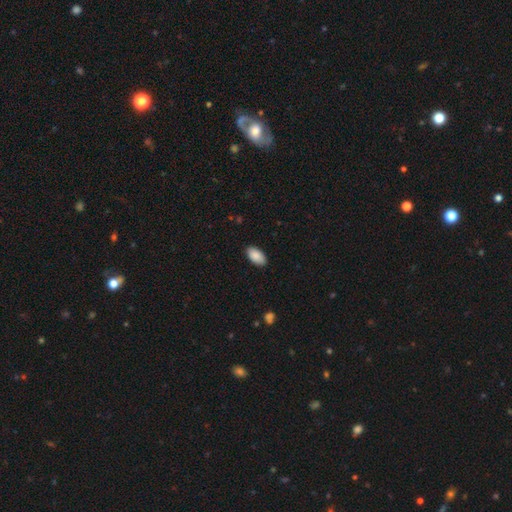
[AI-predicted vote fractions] The model was most divided on "merging": none: 88%, minor disturbance: 9%, major disturbance: 2%, merger: 1%. More confident: how rounded — in between (95%); smooth or featured — smooth (89%).